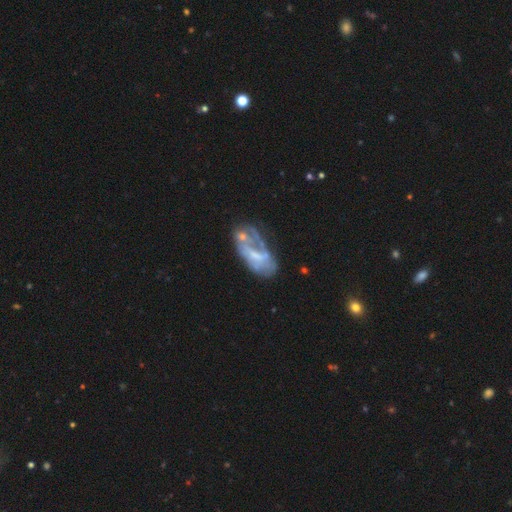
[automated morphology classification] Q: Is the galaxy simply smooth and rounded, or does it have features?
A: featured or disk — 64%.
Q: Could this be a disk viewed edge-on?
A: no — 94%.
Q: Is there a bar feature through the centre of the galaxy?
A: no — 51%.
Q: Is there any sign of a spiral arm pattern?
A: no — 64%.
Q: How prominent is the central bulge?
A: none — 39%.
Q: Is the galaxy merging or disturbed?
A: none — 33%.